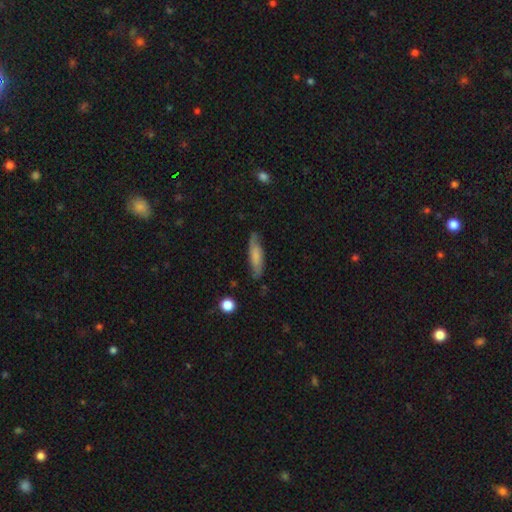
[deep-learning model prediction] Smooth or featured: smooth — 60% (featured or disk — 33%)
How rounded: cigar-shaped — 68% (in between — 30%)
Merging: none — 75% (minor disturbance — 19%)